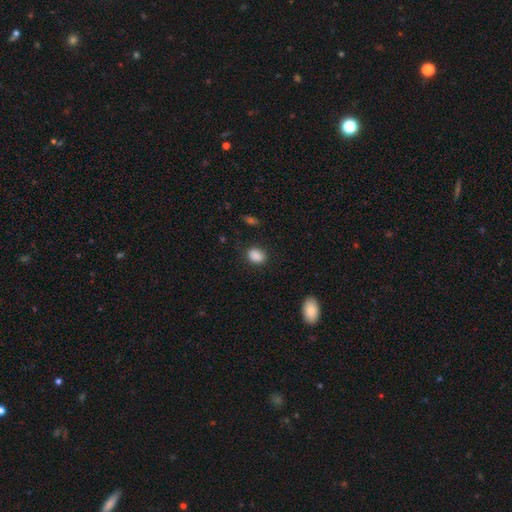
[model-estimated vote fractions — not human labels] smooth_or_featured: smooth (p=0.88) [alt: star or artifact p=0.09]
how_rounded: in between (p=0.67) [alt: round p=0.32]
merging: none (p=0.82) [alt: minor disturbance p=0.13]